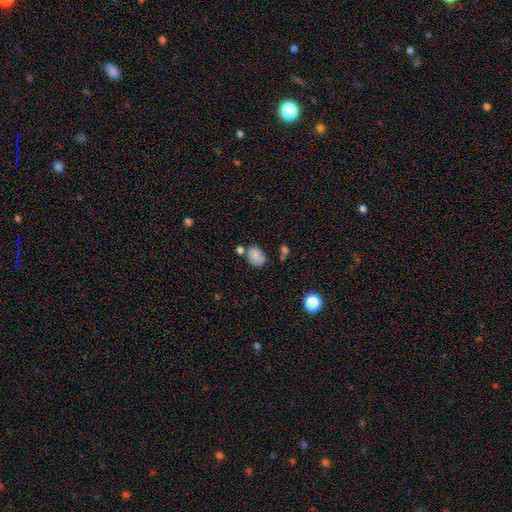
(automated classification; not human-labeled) A smooth galaxy with no disk features (78%) that is in between round and cigar-shaped (72%).

Vote fractions:
- Smooth or featured? smooth: 78% / featured or disk: 13% / star or artifact: 10%
- How rounded? in between: 72% / round: 27% / cigar-shaped: 1%
- Merging? none: 54% / minor disturbance: 21% / merger: 18% / major disturbance: 7%